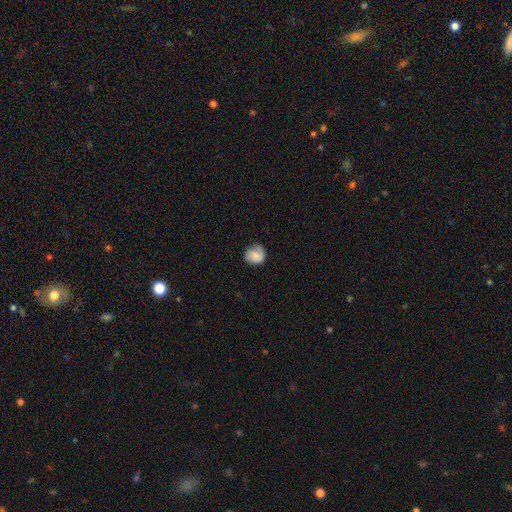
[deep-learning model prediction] A smooth galaxy with no disk features (66%) that is round (78%).

Vote fractions:
- Smooth or featured? smooth: 66% / featured or disk: 26% / star or artifact: 8%
- How rounded? round: 78% / in between: 21% / cigar-shaped: 1%
- Merging? none: 66% / minor disturbance: 24% / major disturbance: 9% / merger: 1%